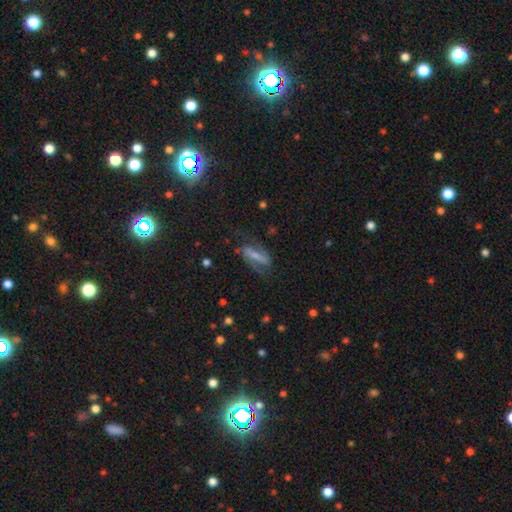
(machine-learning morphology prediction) Smooth or featured: featured or disk — 66% (smooth — 24%)
Edge-on disk: no — 86% (yes — 14%)
Bar: strong — 58% (weak — 26%)
Spiral arms: yes — 85% (no — 15%)
Bulge size: small — 43% (moderate — 27%)
Merging: none — 63% (minor disturbance — 19%)